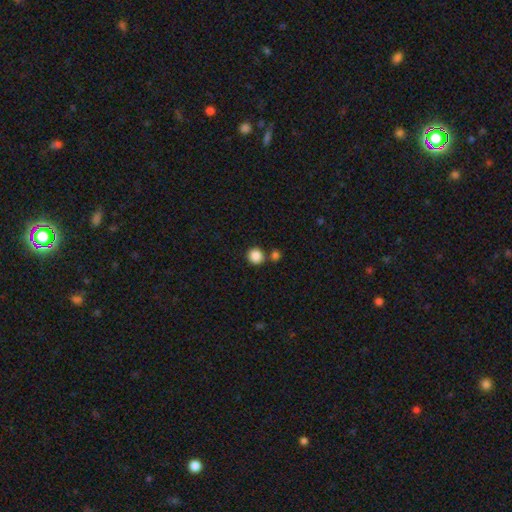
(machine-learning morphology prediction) Overall: smooth (87%). How rounded: round (93%). Merging: none (73%).